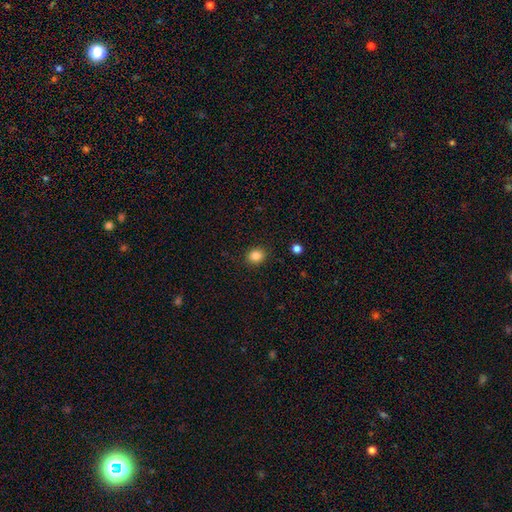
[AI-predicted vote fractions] Smooth or featured? smooth (85%)
How rounded? round (71%)
Merging? none (89%)